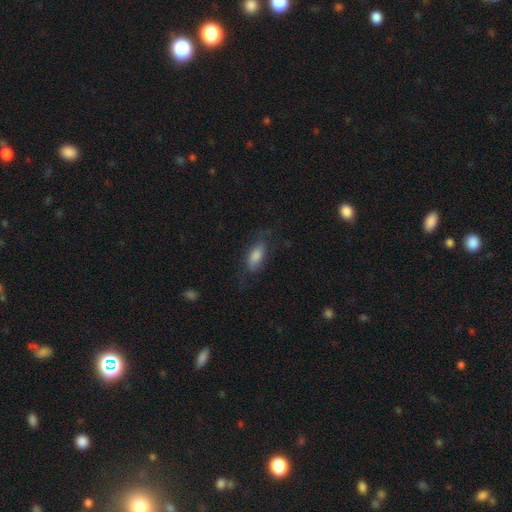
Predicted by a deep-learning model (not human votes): smooth-or-featured: smooth: 71% | featured or disk: 20% | star or artifact: 9%
  how-rounded: in between: 80% | cigar-shaped: 17% | round: 4%
  merging: none: 65% | minor disturbance: 22% | major disturbance: 11% | merger: 1%